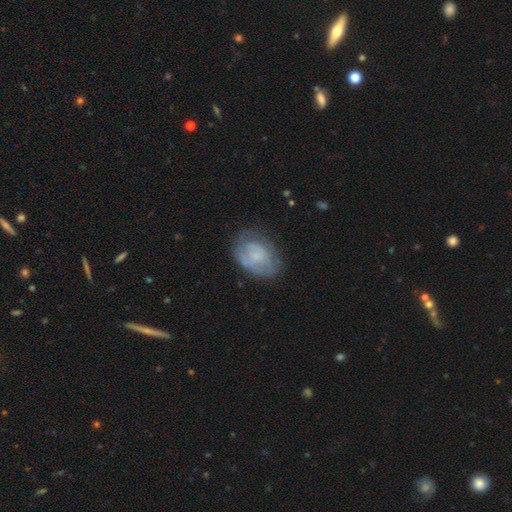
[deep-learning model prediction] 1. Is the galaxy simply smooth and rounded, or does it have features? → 53% featured or disk, 39% smooth, 8% star or artifact.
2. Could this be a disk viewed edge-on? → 97% no, 3% yes.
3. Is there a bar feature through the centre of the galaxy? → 72% no, 24% weak, 4% strong.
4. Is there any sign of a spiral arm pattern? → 65% yes, 35% no.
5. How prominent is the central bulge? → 47% small, 33% none, 16% moderate, 3% large, 1% dominant.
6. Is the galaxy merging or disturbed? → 59% none, 25% minor disturbance, 14% major disturbance, 2% merger.